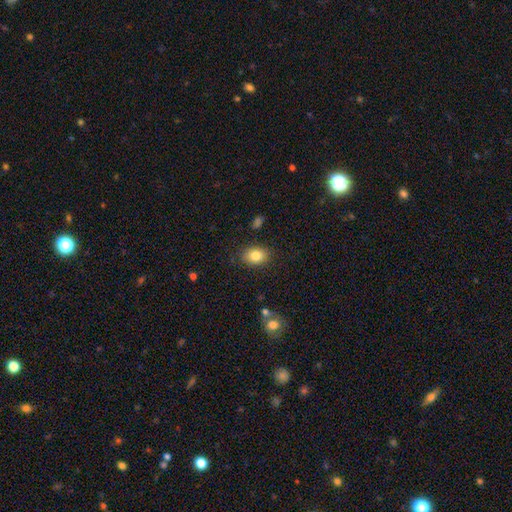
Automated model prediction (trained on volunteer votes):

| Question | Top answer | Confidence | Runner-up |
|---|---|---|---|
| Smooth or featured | smooth | 83% | star or artifact (9%) |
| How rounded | in between | 69% | round (29%) |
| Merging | none | 85% | minor disturbance (10%) |